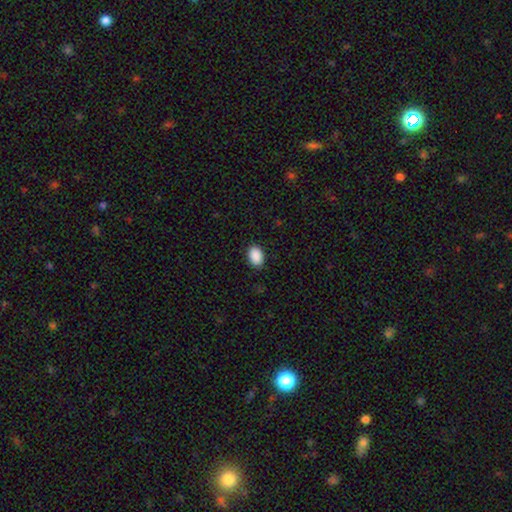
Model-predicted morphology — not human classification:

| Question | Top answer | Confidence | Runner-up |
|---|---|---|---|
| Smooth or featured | smooth | 90% | star or artifact (7%) |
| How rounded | in between | 84% | round (15%) |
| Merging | none | 89% | minor disturbance (8%) |